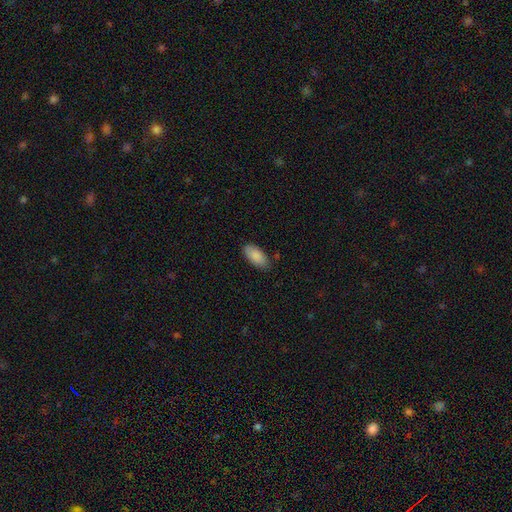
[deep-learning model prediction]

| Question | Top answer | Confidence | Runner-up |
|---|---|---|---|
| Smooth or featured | smooth | 88% | star or artifact (6%) |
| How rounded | in between | 92% | cigar-shaped (6%) |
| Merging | none | 80% | minor disturbance (16%) |